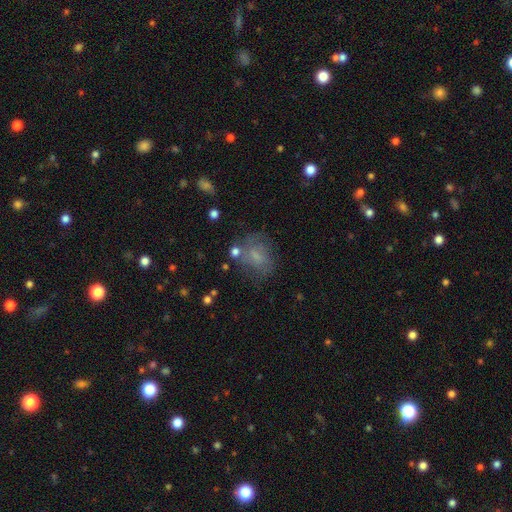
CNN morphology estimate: smooth 51%, featured or disk 35%, star or artifact 14%. Down the decision tree: how rounded — in between (51%); merging — none (55%).